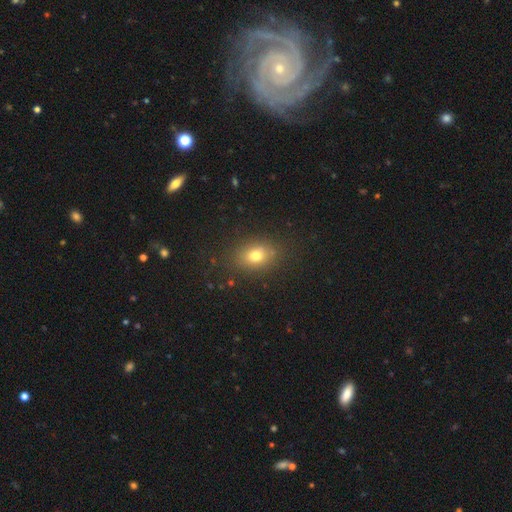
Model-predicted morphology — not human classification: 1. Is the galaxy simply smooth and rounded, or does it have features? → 75% smooth, 14% star or artifact, 11% featured or disk.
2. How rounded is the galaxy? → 63% in between, 35% round, 2% cigar-shaped.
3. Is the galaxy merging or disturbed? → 82% none, 12% minor disturbance, 4% major disturbance, 2% merger.